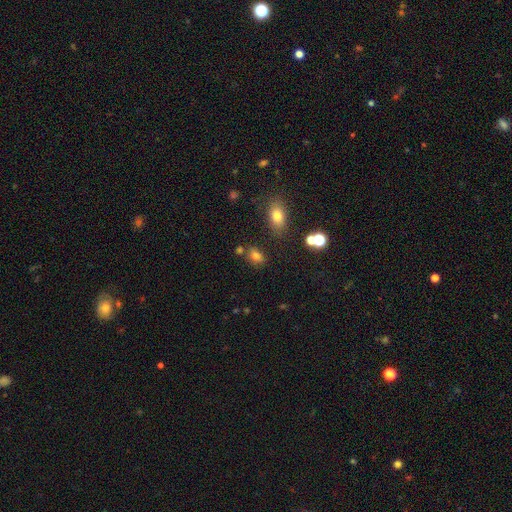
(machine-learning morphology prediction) Smooth or featured? Predicted: smooth (p=0.75). How rounded? Predicted: in between (p=0.77). Merging? Predicted: none (p=0.72).